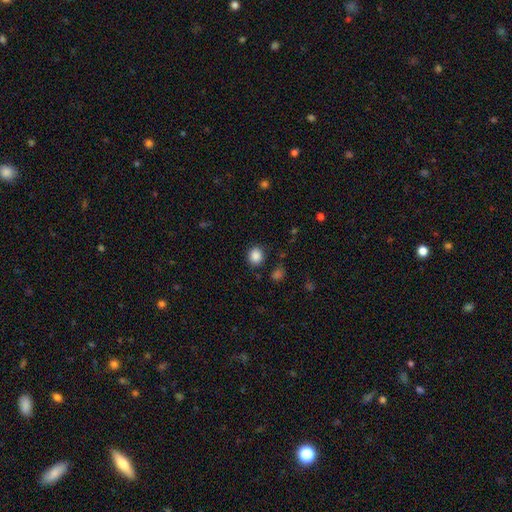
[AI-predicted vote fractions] Morphology: type=smooth (87%); roundness=round (75%); merging=none (85%).